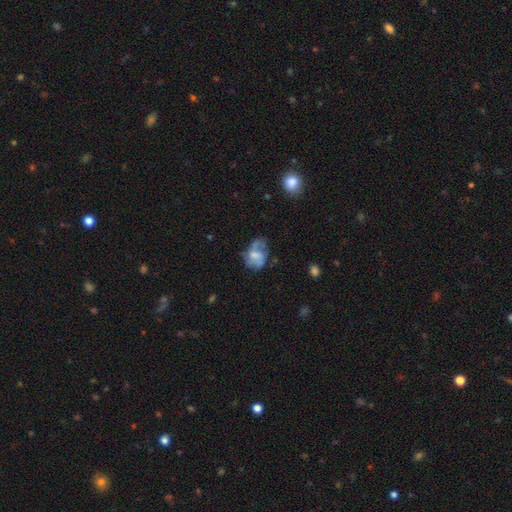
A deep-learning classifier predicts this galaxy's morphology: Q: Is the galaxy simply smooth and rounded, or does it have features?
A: featured or disk — 51%.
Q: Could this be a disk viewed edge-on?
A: no — 97%.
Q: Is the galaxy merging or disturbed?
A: none — 38%.